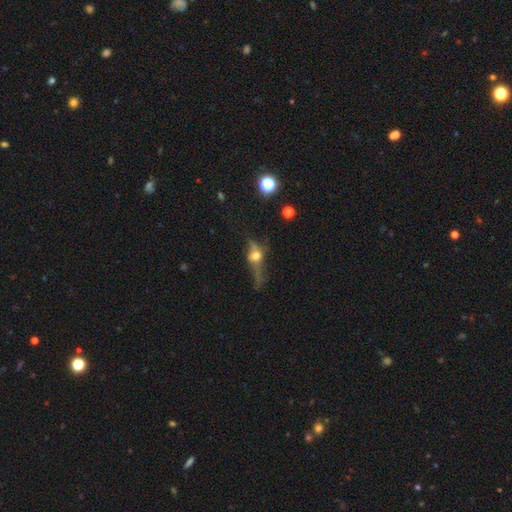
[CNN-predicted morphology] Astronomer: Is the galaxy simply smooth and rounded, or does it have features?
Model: featured or disk — 44% (runner-up: smooth, 37%).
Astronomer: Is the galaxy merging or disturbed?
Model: none — 40% (runner-up: major disturbance, 32%).